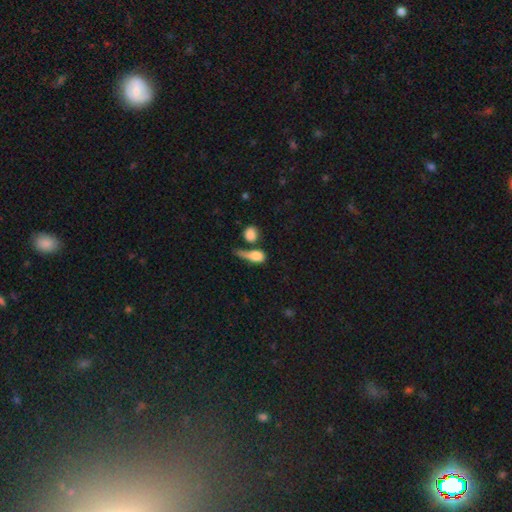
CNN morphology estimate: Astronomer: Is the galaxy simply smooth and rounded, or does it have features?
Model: smooth — 75%.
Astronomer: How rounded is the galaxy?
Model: in between — 62%.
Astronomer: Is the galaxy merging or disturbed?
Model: merger — 36% (runner-up: none, 26%).